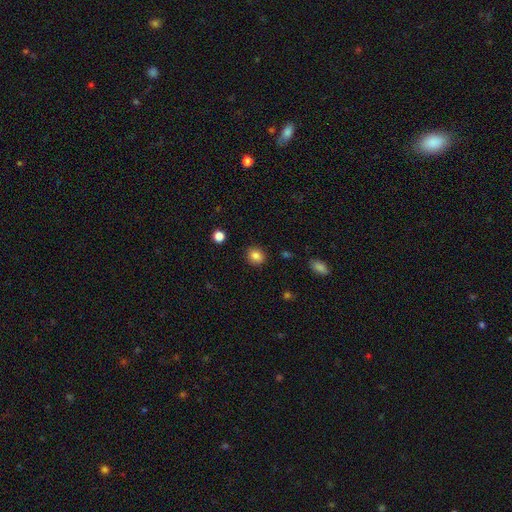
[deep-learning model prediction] Smooth or featured: smooth — 84% (star or artifact — 10%)
How rounded: round — 75% (in between — 25%)
Merging: none — 89% (minor disturbance — 7%)